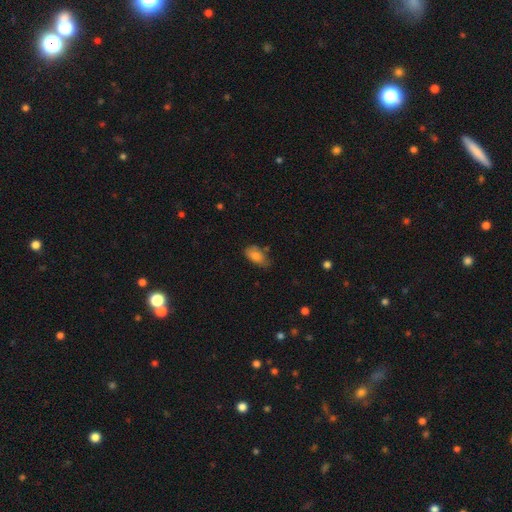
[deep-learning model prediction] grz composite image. It shows a smooth galaxy with no disk features (79%) that is in between round and cigar-shaped (90%). Merging: none (60%).